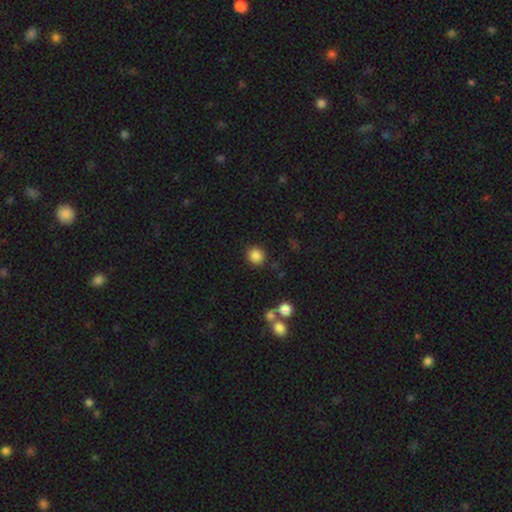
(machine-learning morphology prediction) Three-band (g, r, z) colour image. It shows a smooth galaxy with no disk features (86%) that is round (90%). Merging: none (86%).